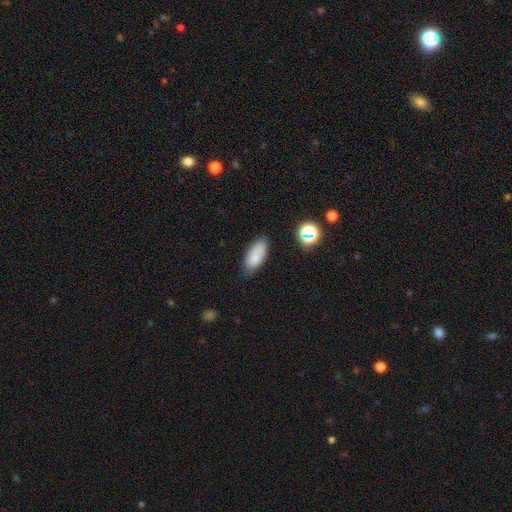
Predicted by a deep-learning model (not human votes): Morphology: type=smooth (83%); roundness=in between (86%); merging=none (76%).